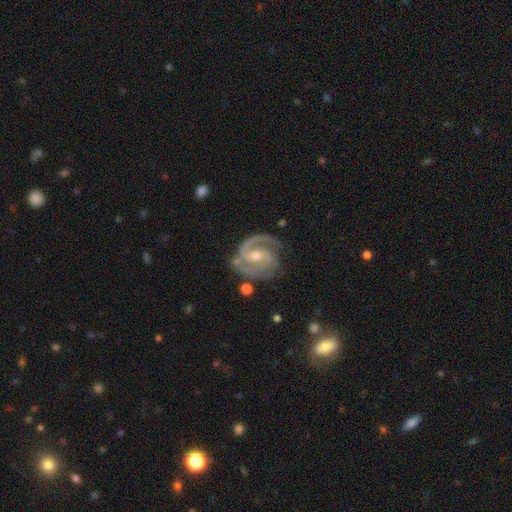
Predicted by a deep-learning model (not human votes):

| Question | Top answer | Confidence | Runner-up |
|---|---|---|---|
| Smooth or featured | featured or disk | 92% | star or artifact (4%) |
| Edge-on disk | no | 98% | yes (2%) |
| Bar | weak | 45% | no (34%) |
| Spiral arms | yes | 98% | no (2%) |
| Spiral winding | tight | 47% | medium (46%) |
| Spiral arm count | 2 | 83% | 3 (8%) |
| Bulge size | moderate | 56% | small (41%) |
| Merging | none | 75% | minor disturbance (17%) |